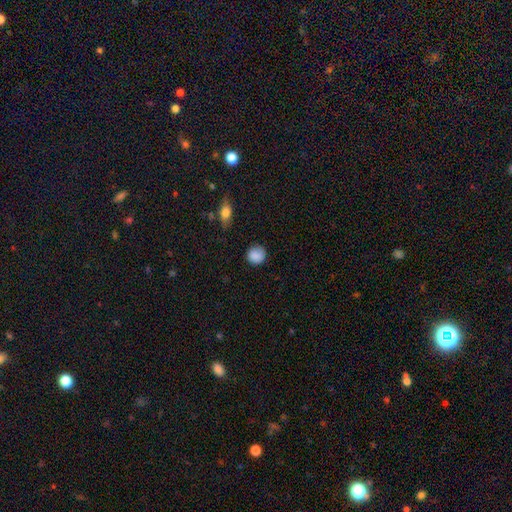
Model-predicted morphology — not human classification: Smooth or featured?
  - smooth: 87% *
  - star or artifact: 8%
  - featured or disk: 5%
How rounded?
  - round: 89% *
  - in between: 10%
  - cigar-shaped: 1%
Merging?
  - none: 82% *
  - minor disturbance: 13%
  - major disturbance: 3%
  - merger: 1%